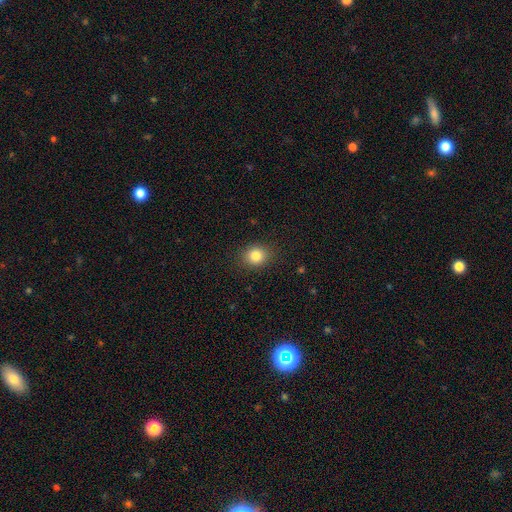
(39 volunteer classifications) This appears to be a smooth galaxy with no disk features (92%) that is round (69%). Merging: none (92%).